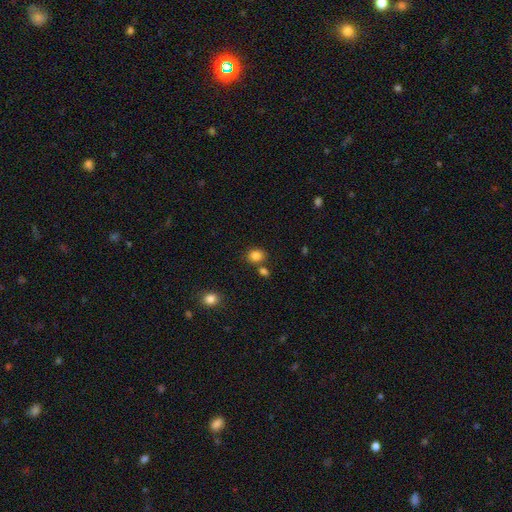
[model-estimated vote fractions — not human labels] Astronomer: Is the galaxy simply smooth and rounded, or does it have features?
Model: smooth — 84%.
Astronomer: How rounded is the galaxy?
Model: round — 56% (runner-up: in between, 43%).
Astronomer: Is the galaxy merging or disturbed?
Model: none — 73%.